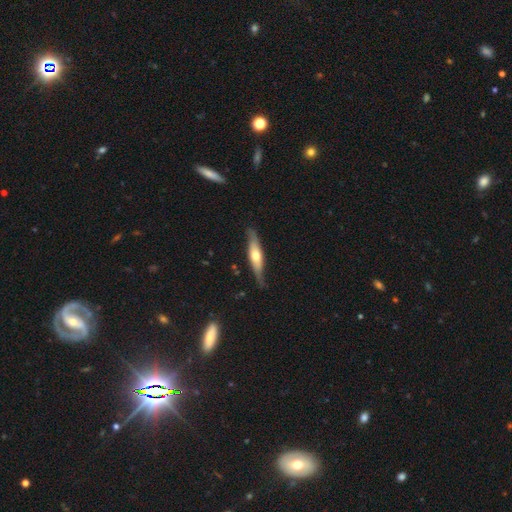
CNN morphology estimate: A featured or disk galaxy (56%) viewed edge-on (82%). Merging: none (75%).